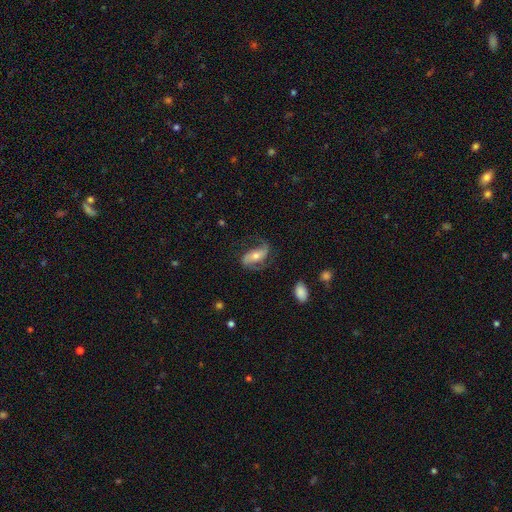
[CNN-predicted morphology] Overall: featured or disk (76%). Edge-on disk: no (95%). Bar: no (39%; strong 32%). Spiral arms: yes (93%). Spiral arm count: 2 (85%). Spiral winding: loose (48%; medium 38%). Bulge size: moderate (51%; small 42%). Merging: none (66%).